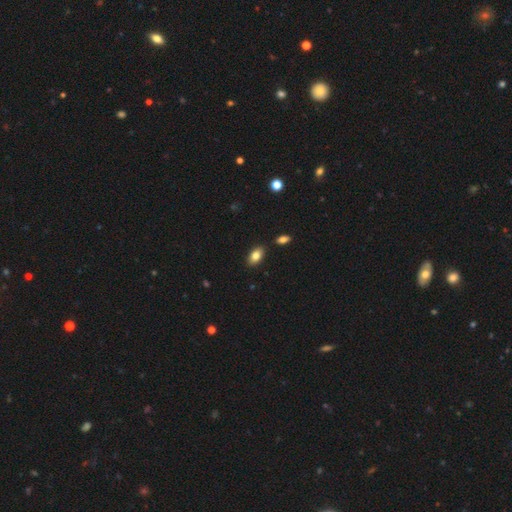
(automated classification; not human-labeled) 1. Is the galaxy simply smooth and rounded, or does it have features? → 83% smooth, 9% featured or disk, 8% star or artifact.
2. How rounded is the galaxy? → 92% in between, 6% round, 3% cigar-shaped.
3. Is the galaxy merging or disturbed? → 86% none, 9% minor disturbance, 3% merger, 2% major disturbance.